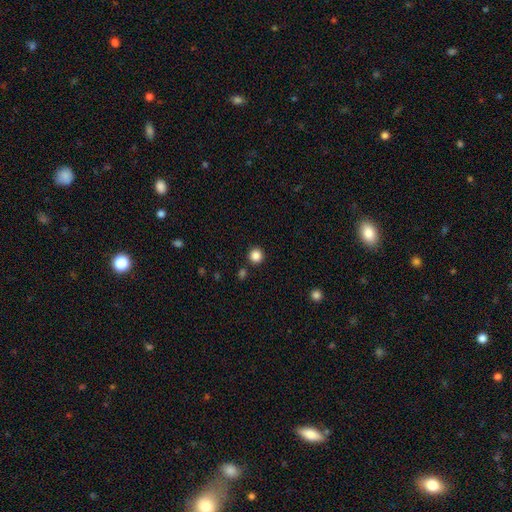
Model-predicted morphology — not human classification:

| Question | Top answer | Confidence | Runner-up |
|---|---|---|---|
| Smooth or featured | smooth | 86% | star or artifact (11%) |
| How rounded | round | 94% | in between (5%) |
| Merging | none | 89% | minor disturbance (5%) |